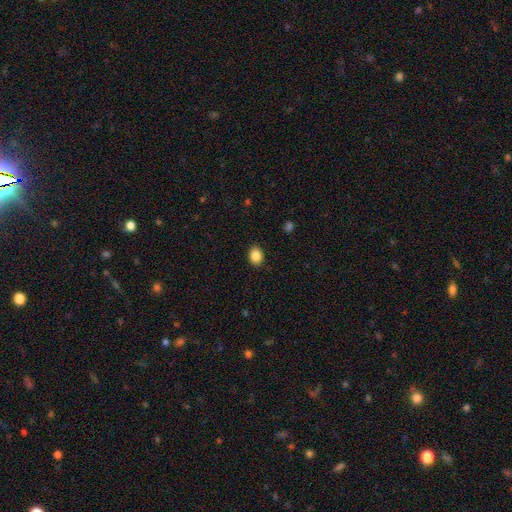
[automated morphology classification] smooth_or_featured: smooth (p=0.86) [alt: star or artifact p=0.09]
how_rounded: in between (p=0.55) [alt: round p=0.44]
merging: none (p=0.90) [alt: minor disturbance p=0.07]